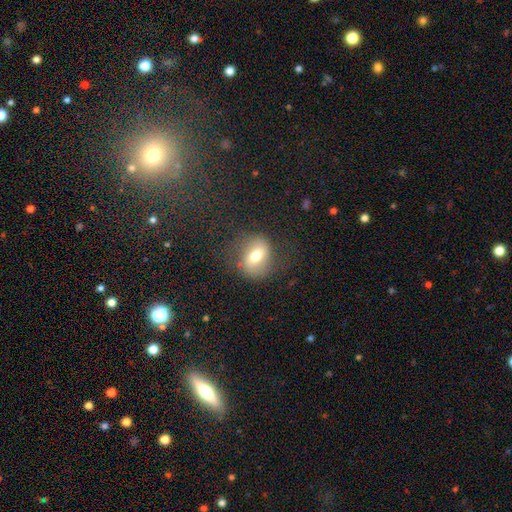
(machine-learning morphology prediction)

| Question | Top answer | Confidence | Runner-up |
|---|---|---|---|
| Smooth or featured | smooth | 56% | featured or disk (34%) |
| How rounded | in between | 52% | round (46%) |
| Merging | none | 67% | minor disturbance (17%) |